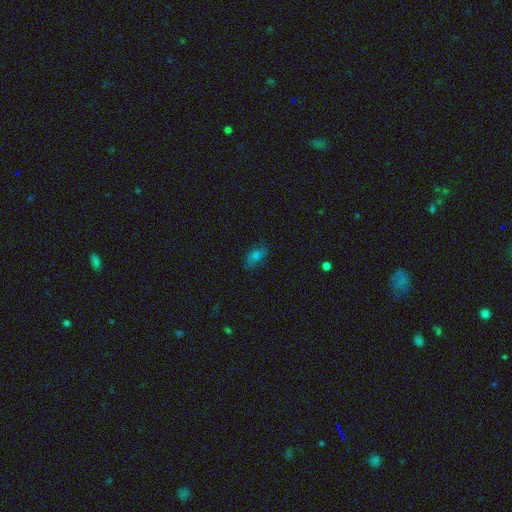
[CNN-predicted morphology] Smooth or featured: smooth — 53% (featured or disk — 25%)
How rounded: in between — 82% (round — 14%)
Merging: none — 76% (minor disturbance — 17%)